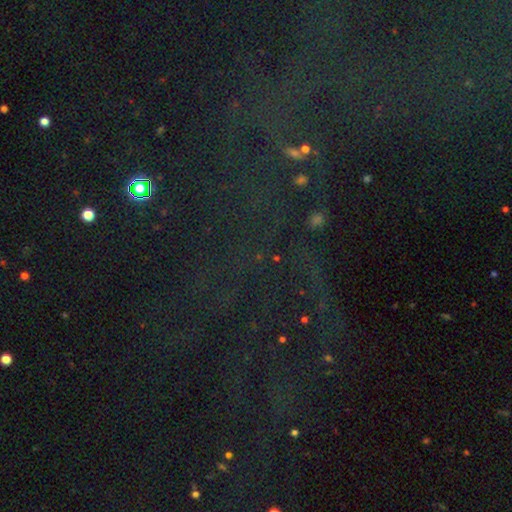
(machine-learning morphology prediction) Smooth or featured?
  - star or artifact: 77% *
  - smooth: 13%
  - featured or disk: 10%